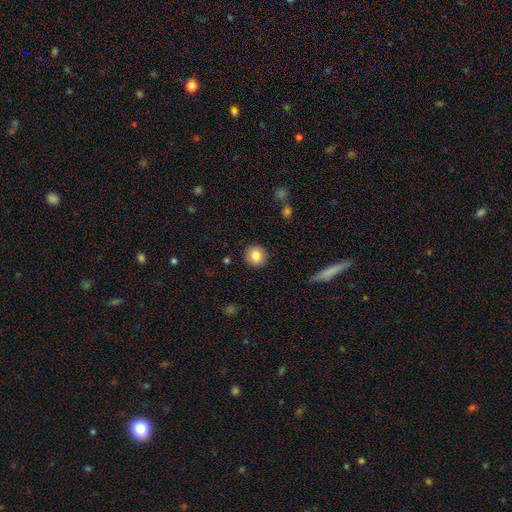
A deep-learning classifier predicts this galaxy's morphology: This is clearly a smooth galaxy (86%). How rounded: clearly round (90%). Merging: clearly none (90%).